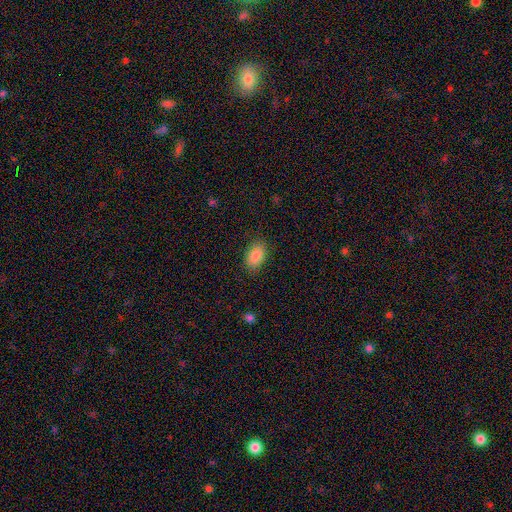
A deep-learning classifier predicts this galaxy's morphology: smooth-or-featured: smooth: 87% | star or artifact: 7% | featured or disk: 5%
  how-rounded: in between: 91% | round: 7% | cigar-shaped: 2%
  merging: none: 86% | minor disturbance: 10% | major disturbance: 3% | merger: 1%